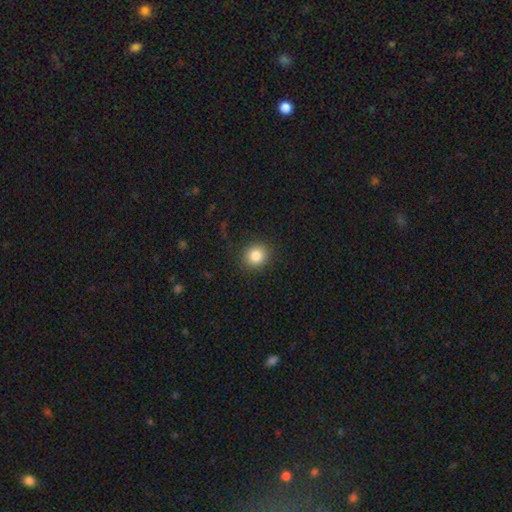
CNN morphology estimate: Q: Smooth or featured?
A: smooth (85%); runner-up: star or artifact (10%)
Q: How rounded?
A: round (87%); runner-up: in between (13%)
Q: Merging?
A: none (89%); runner-up: minor disturbance (7%)